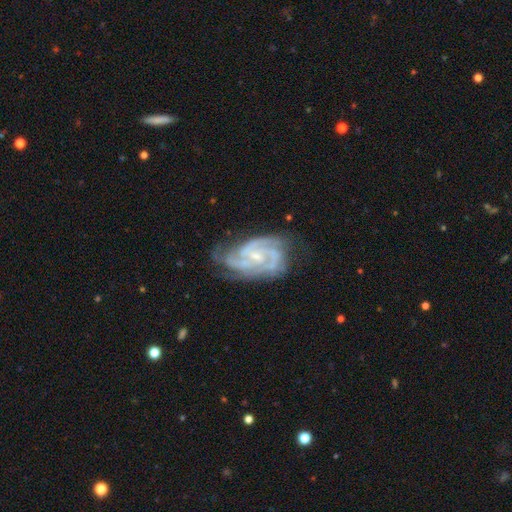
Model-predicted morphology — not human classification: This appears to be a featured or disk galaxy (90%) with no bar (51%), 3 (40%) tight (56%) spiral arms (98%) and a small central bulge (66%). Merging: none (67%).